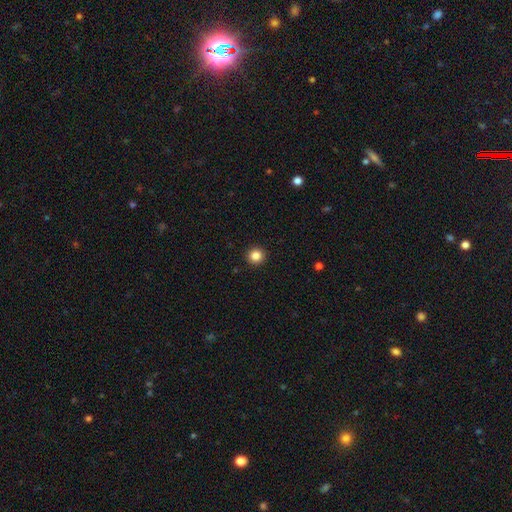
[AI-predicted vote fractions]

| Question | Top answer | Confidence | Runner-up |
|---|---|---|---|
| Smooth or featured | smooth | 85% | star or artifact (11%) |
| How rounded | round | 94% | in between (5%) |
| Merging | none | 93% | minor disturbance (4%) |